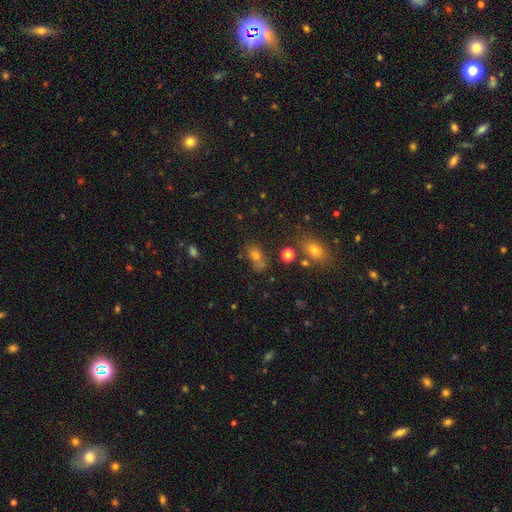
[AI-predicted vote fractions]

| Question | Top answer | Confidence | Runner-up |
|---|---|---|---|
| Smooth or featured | smooth | 65% | star or artifact (24%) |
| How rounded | in between | 68% | round (28%) |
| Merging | none | 55% | merger (19%) |